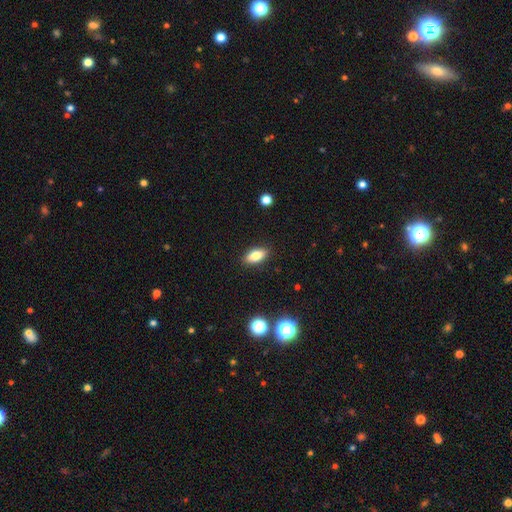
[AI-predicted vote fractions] smooth 78%, featured or disk 14%, star or artifact 8%. Down the decision tree: how rounded — in between (84%); merging — none (89%).